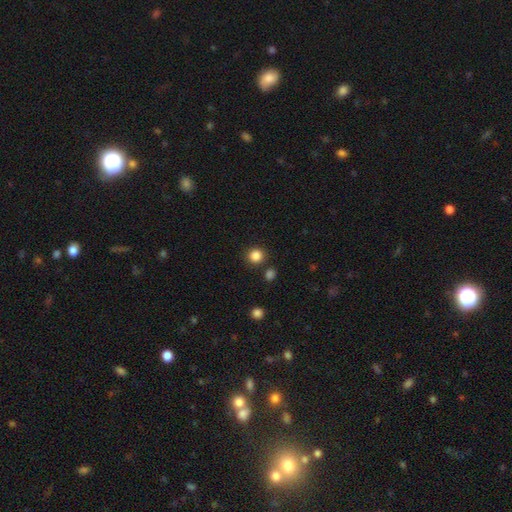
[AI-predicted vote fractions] smooth 85%, star or artifact 11%, featured or disk 3%. Down the decision tree: how rounded — round (91%); merging — none (86%).